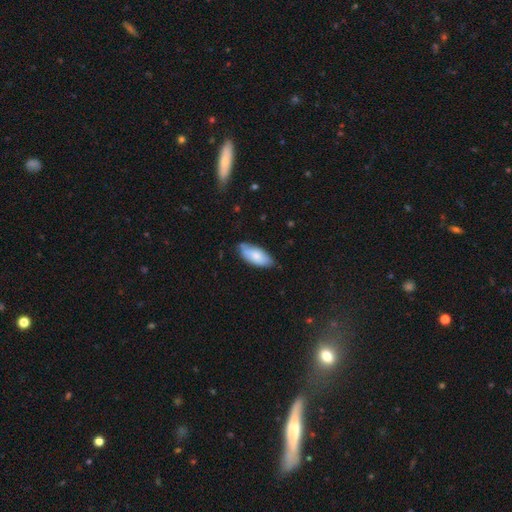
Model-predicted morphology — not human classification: A smooth galaxy with no disk features (78%) that is in between round and cigar-shaped (89%).

Vote fractions:
- Smooth or featured? smooth: 78% / featured or disk: 16% / star or artifact: 6%
- How rounded? in between: 89% / cigar-shaped: 10% / round: 2%
- Merging? none: 70% / minor disturbance: 24% / major disturbance: 3% / merger: 2%